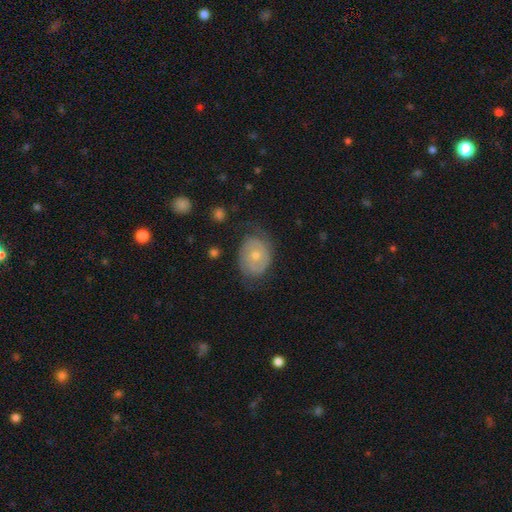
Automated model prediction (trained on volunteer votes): This is possibly a featured or disk galaxy (56%). It is clearly not viewed edge-on (96%). Bar: clearly no (82%). Spiral arm pattern: likely yes (68%). Central bulge: possibly small (54%). Merging: likely none (62%).